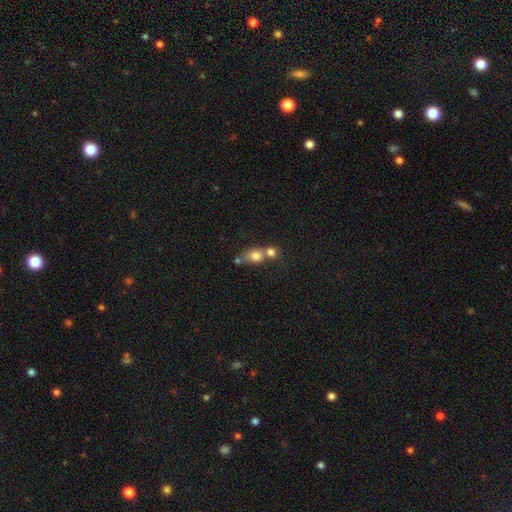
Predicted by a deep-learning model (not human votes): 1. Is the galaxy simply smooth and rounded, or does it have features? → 76% smooth, 13% featured or disk, 11% star or artifact.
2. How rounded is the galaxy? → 58% round, 39% in between, 3% cigar-shaped.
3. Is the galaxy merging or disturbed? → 57% merger, 31% none, 8% minor disturbance, 4% major disturbance.